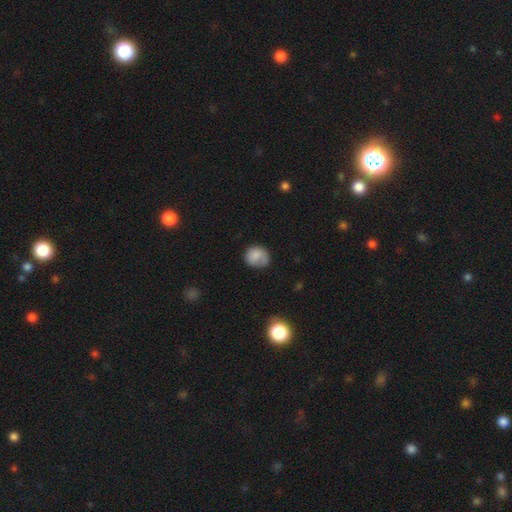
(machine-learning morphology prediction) The model was most divided on "merging": none: 59%, minor disturbance: 29%, major disturbance: 10%, merger: 2%. More confident: smooth or featured — smooth (81%); how rounded — round (72%).